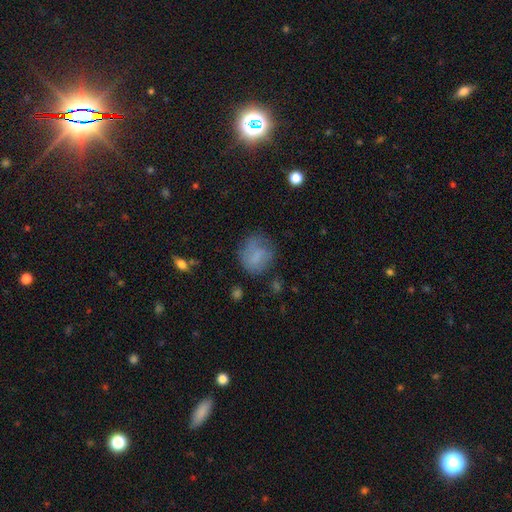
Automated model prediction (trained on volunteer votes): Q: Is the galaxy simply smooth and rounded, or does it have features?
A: smooth — 69%.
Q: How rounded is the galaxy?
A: round — 68%.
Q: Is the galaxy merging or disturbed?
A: none — 58%.